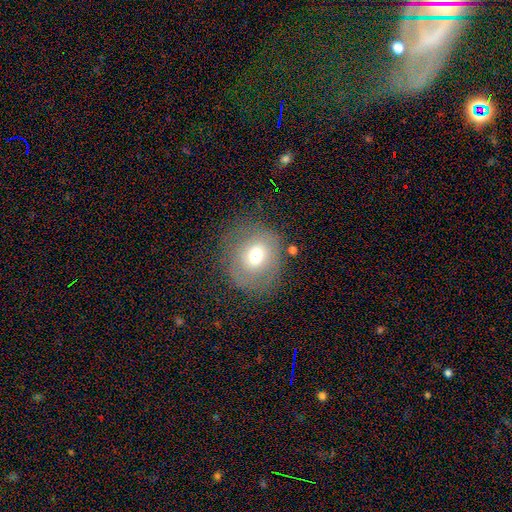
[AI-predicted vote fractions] A smooth galaxy with no disk features (63%) that is round (75%). Merging: none (70%).